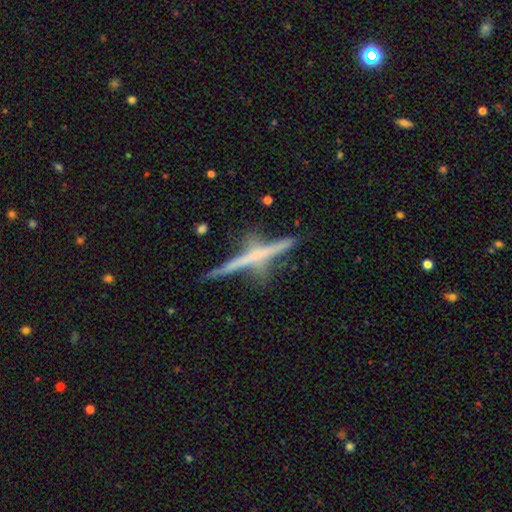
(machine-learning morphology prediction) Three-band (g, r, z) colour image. It shows a featured or disk galaxy (72%) viewed edge-on (97%) with no central bulge (55%). Merging: none (72%).